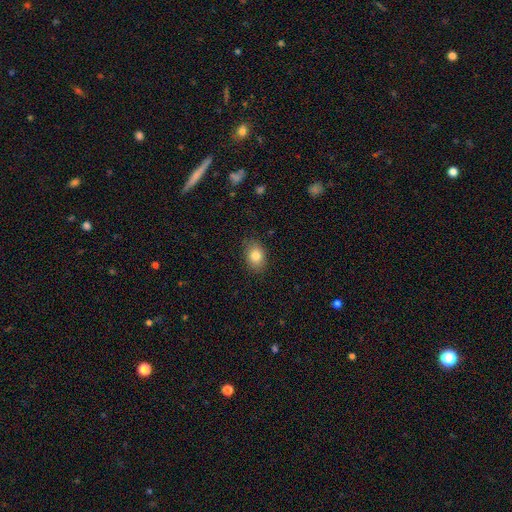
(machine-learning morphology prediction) type=smooth (82%); roundness=in between (71%); merging=none (85%).